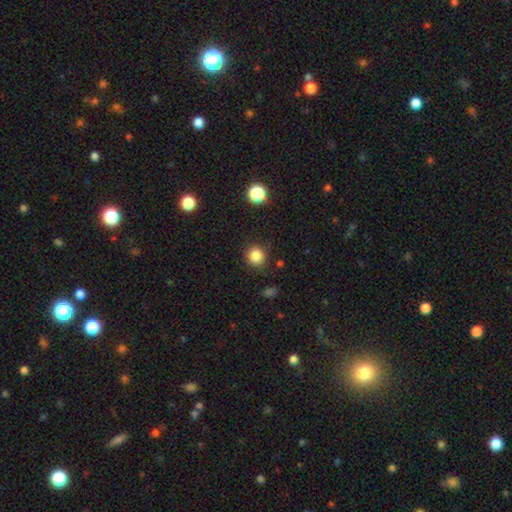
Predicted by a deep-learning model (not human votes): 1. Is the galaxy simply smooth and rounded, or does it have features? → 85% smooth, 12% star or artifact, 4% featured or disk.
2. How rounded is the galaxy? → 91% round, 8% in between, 1% cigar-shaped.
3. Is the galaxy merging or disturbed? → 87% none, 9% minor disturbance, 3% major disturbance, 2% merger.